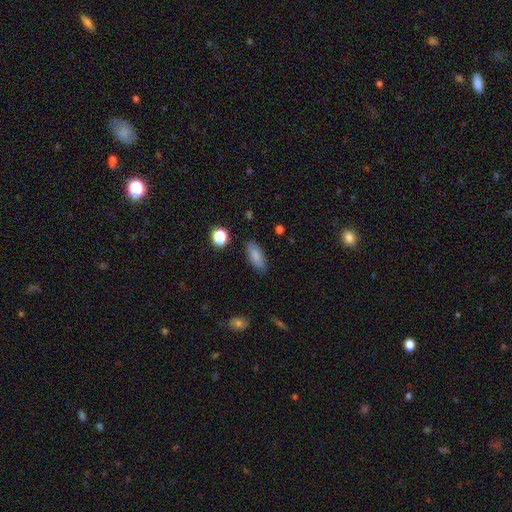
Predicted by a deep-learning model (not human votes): smooth-or-featured: smooth: 83% | featured or disk: 8% | star or artifact: 8%
  how-rounded: in between: 79% | cigar-shaped: 18% | round: 3%
  merging: none: 86% | minor disturbance: 10% | major disturbance: 2% | merger: 2%